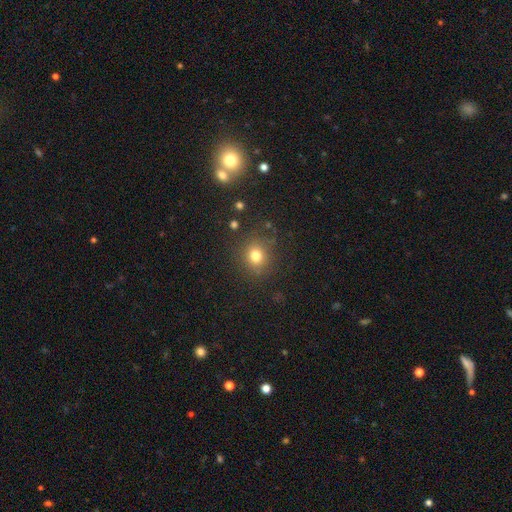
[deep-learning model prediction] This appears to be a smooth galaxy with no disk features (76%) that is round (86%). Merging: none (84%).